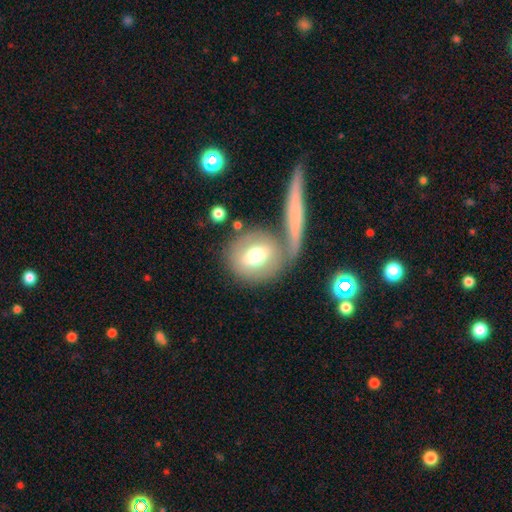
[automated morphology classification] Smooth or featured: smooth — 60% (featured or disk — 32%)
How rounded: round — 70% (in between — 27%)
Merging: none — 55% (merger — 26%)